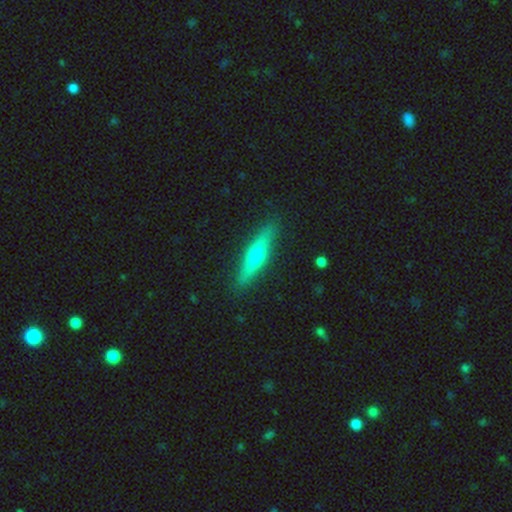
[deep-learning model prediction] This appears to be a featured or disk galaxy (52%) viewed edge-on (93%). Merging: none (90%).